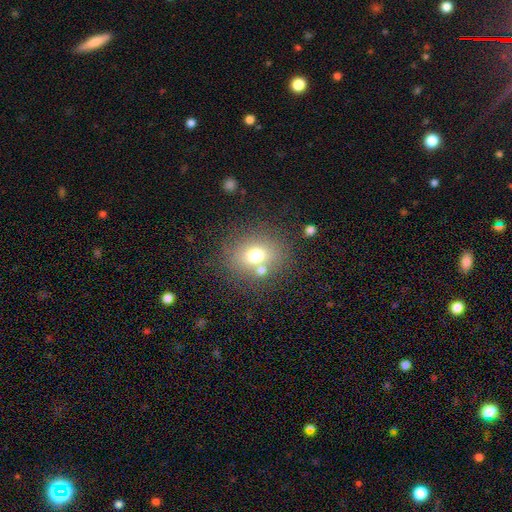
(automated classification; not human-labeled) Q: Smooth or featured?
A: smooth (69%); runner-up: featured or disk (16%)
Q: How rounded?
A: round (67%); runner-up: in between (32%)
Q: Merging?
A: none (67%); runner-up: merger (16%)